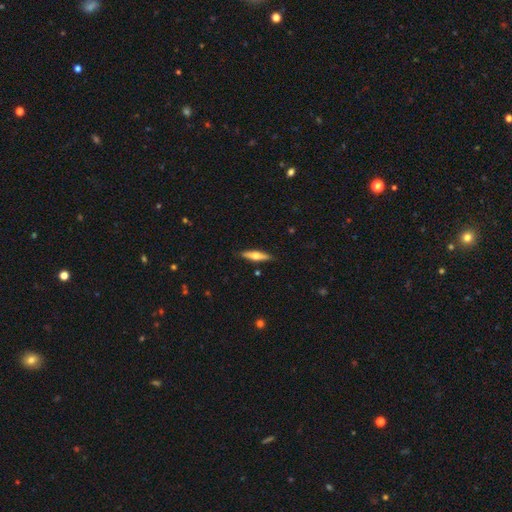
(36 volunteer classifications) Volunteers were most divided on "smooth or featured": smooth: 56%, featured or disk: 39%, star or artifact: 6%. More confident: merging — none (85%); how rounded — cigar-shaped (65%).